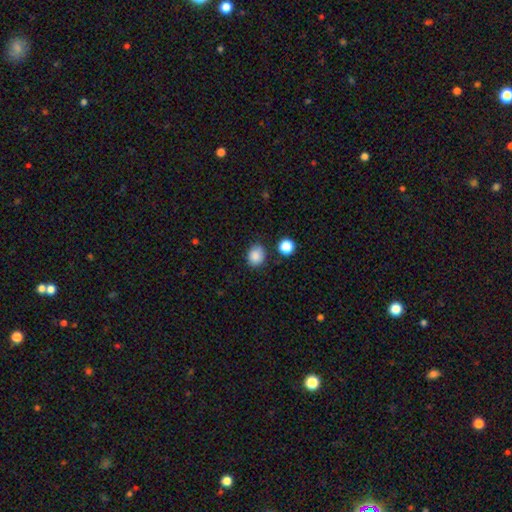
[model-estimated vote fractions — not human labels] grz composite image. It shows a smooth galaxy with no disk features (87%) that is round (62%). Merging: none (80%).